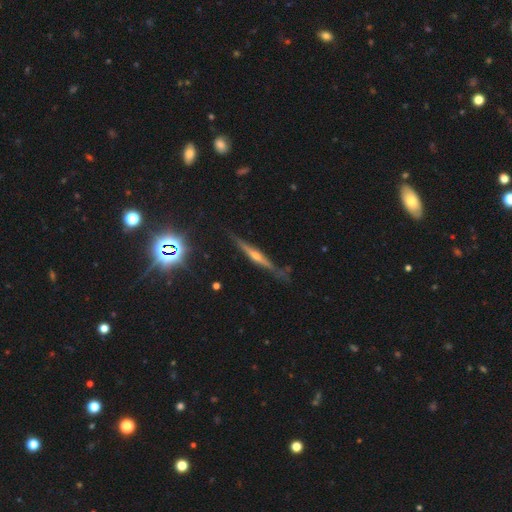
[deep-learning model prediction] featured or disk 71%, smooth 15%, star or artifact 14%. Down the decision tree: edge-on disk — yes (96%); edge-on bulge — rounded (81%); merging — none (79%).